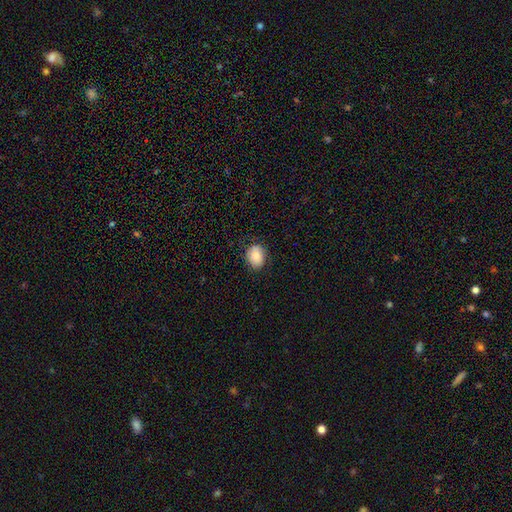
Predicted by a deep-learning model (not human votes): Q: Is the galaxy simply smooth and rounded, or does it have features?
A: smooth — 81%.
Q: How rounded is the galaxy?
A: in between — 52%.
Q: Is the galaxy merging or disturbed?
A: none — 80%.